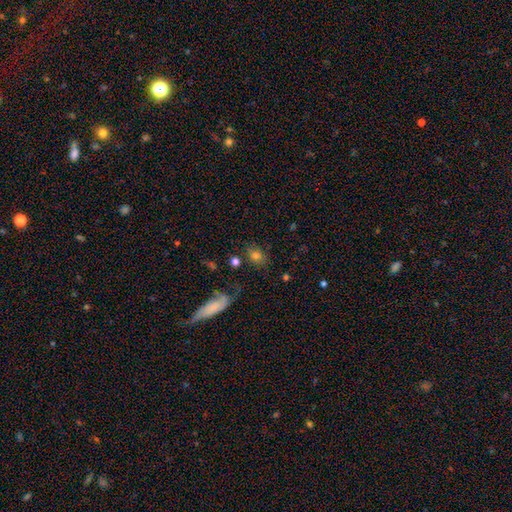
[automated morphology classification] The model was most divided on "how rounded": in between: 55%, round: 42%, cigar-shaped: 3%. More confident: merging — none (73%); smooth or featured — smooth (73%).